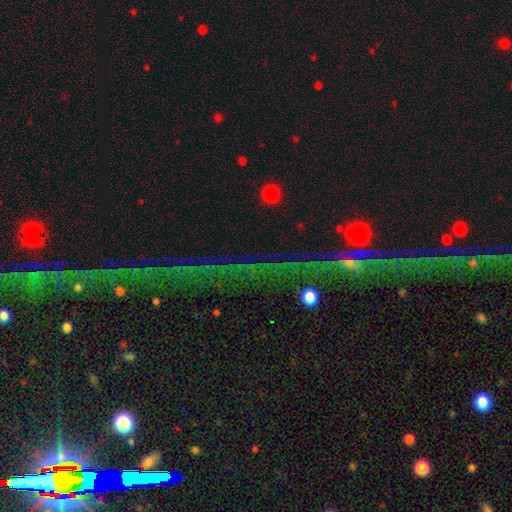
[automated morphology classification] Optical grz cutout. It shows a star or artifact, not a galaxy (63%).